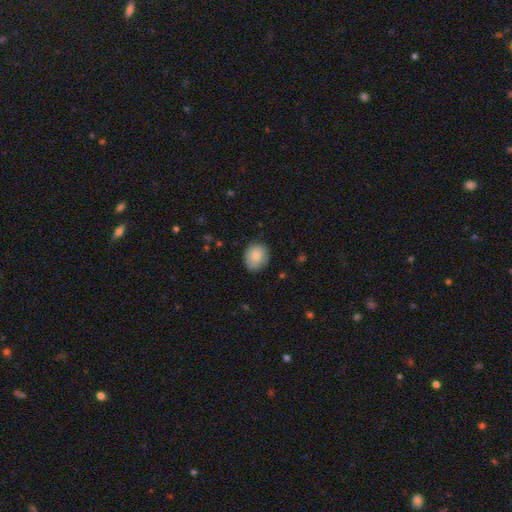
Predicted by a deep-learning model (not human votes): Smooth or featured? smooth (83%)
How rounded? round (60%)
Merging? none (82%)